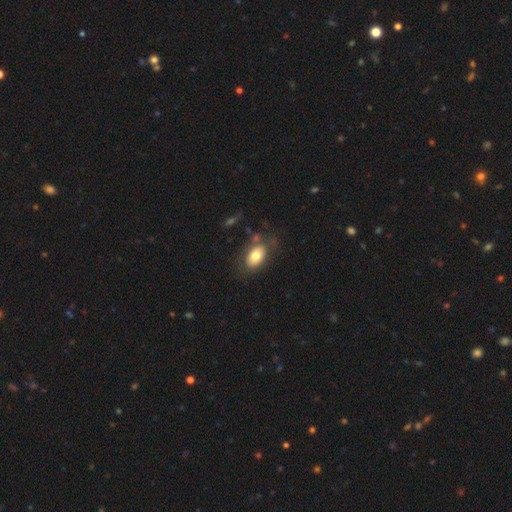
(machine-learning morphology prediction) Q: Smooth or featured?
A: smooth (75%); runner-up: featured or disk (18%)
Q: How rounded?
A: in between (89%); runner-up: round (10%)
Q: Merging?
A: none (66%); runner-up: minor disturbance (18%)